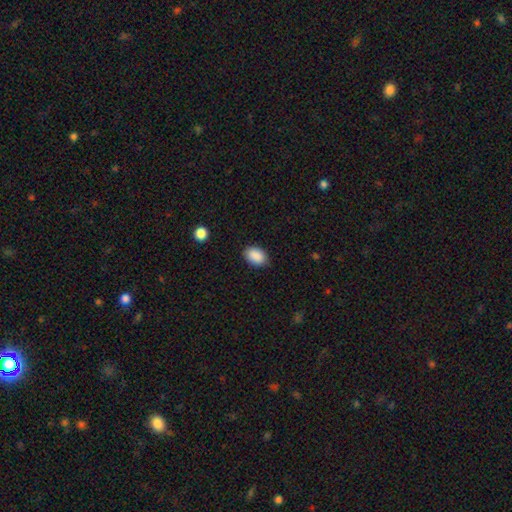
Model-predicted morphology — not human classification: Q: Smooth or featured?
A: smooth (90%); runner-up: star or artifact (7%)
Q: How rounded?
A: in between (84%); runner-up: round (15%)
Q: Merging?
A: none (85%); runner-up: minor disturbance (11%)